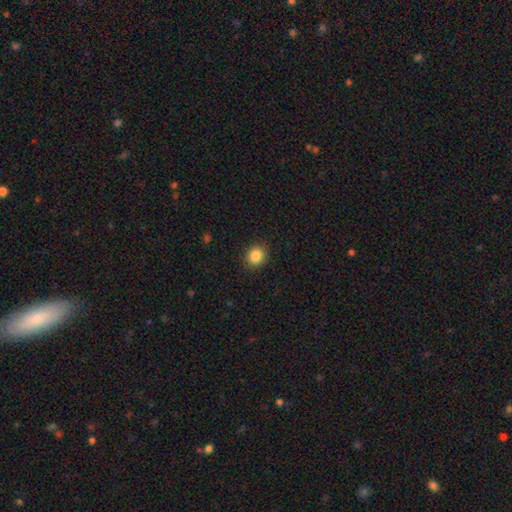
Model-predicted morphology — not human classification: This appears to be a smooth galaxy with no disk features (86%) that is round (76%). Merging: none (90%).